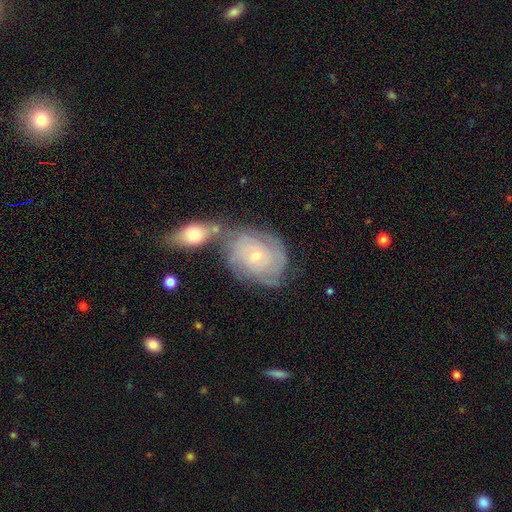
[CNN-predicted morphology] A featured or disk galaxy (73%) with no bar (81%), tight (73%) spiral arms (89%) and a small central bulge (68%). Merging: none (47%).